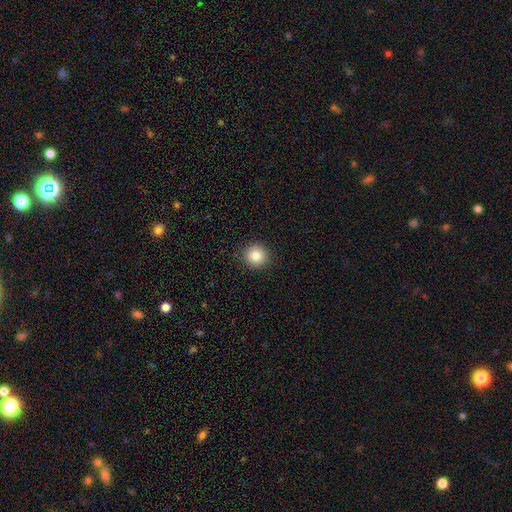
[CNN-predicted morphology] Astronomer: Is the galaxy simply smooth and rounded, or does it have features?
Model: smooth — 85%.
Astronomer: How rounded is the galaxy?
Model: round — 93%.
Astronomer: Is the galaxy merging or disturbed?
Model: none — 91%.